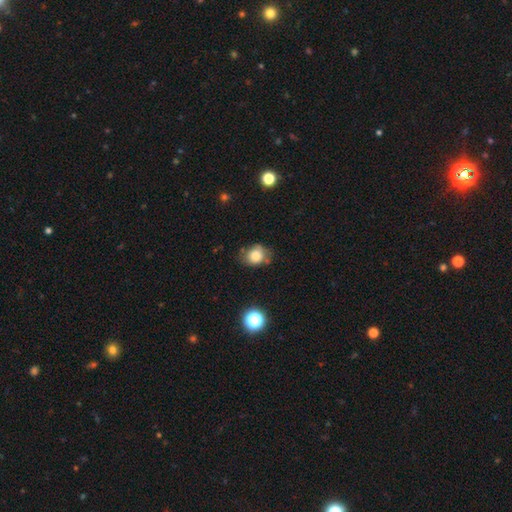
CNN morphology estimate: This appears to be a smooth galaxy with no disk features (79%) that is round (59%). Merging: none (62%).